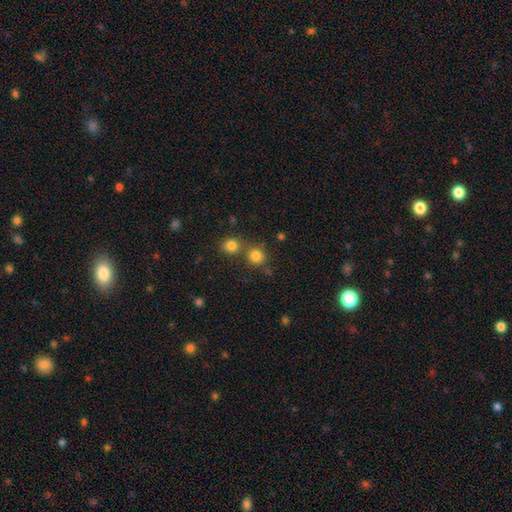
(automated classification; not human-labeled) smooth-or-featured: smooth: 81% | star or artifact: 14% | featured or disk: 5%
  how-rounded: round: 89% | in between: 10% | cigar-shaped: 1%
  merging: none: 64% | merger: 26% | minor disturbance: 7% | major disturbance: 3%